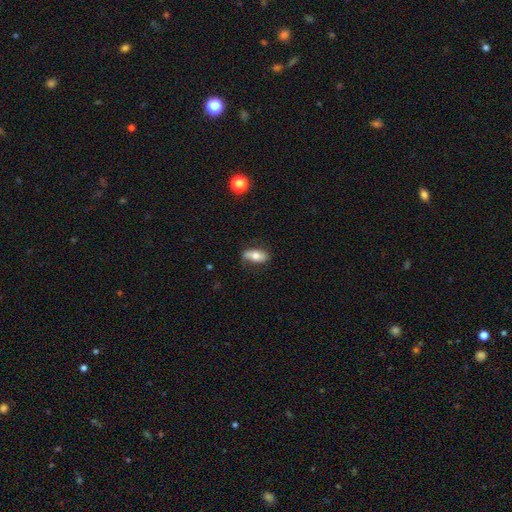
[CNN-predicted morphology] The model was most divided on "smooth or featured": smooth: 68%, featured or disk: 25%, star or artifact: 7%. More confident: how rounded — in between (84%); merging — none (72%).